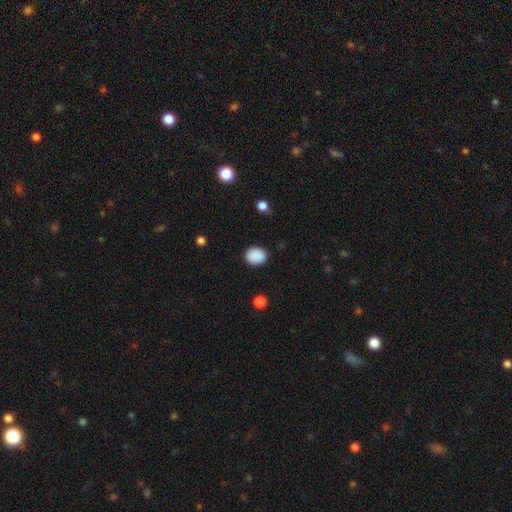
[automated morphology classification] Smooth or featured? smooth (89%)
How rounded? in between (55%)
Merging? none (87%)